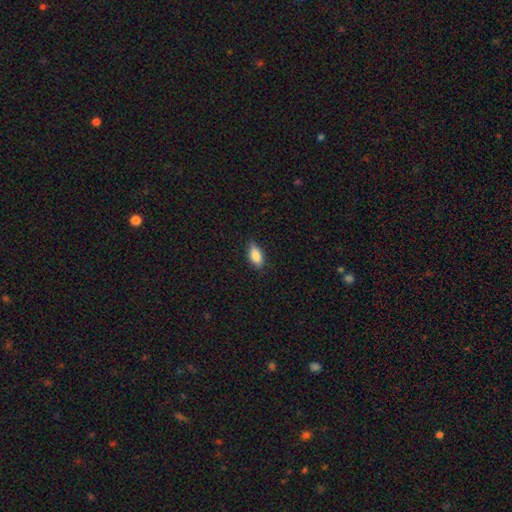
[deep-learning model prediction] Smooth or featured?
  - smooth: 84% *
  - featured or disk: 9%
  - star or artifact: 7%
How rounded?
  - in between: 85% *
  - cigar-shaped: 12%
  - round: 3%
Merging?
  - none: 83% *
  - minor disturbance: 14%
  - major disturbance: 2%
  - merger: 1%